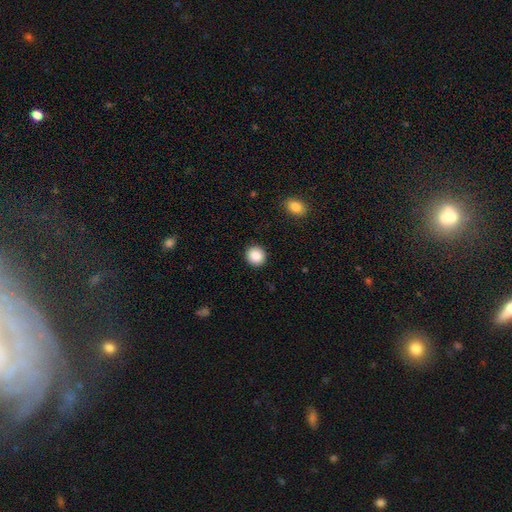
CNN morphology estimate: Smooth or featured? Predicted: smooth (p=0.88). How rounded? Predicted: round (p=0.92). Merging? Predicted: none (p=0.92).